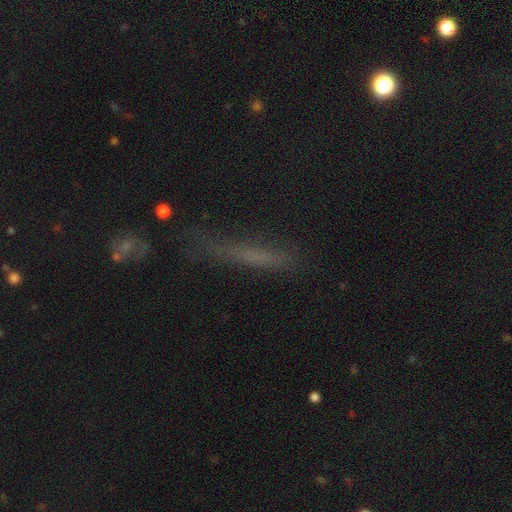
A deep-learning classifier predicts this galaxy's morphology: Smooth or featured: smooth — 52% (featured or disk — 29%)
How rounded: cigar-shaped — 90% (in between — 7%)
Merging: none — 64% (minor disturbance — 21%)